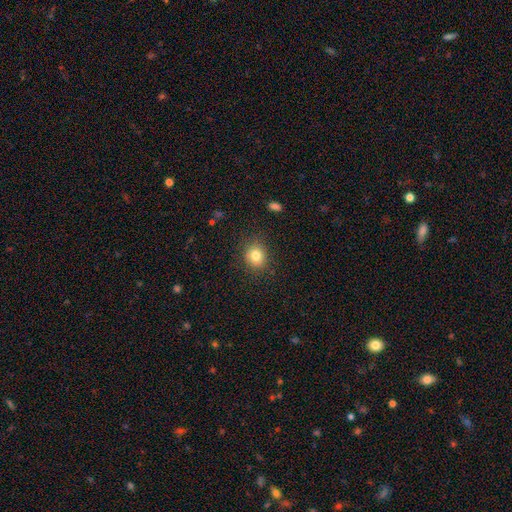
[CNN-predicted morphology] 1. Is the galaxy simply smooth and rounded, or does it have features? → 81% smooth, 11% star or artifact, 8% featured or disk.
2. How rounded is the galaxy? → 76% round, 23% in between, 1% cigar-shaped.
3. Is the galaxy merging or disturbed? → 86% none, 10% minor disturbance, 3% major disturbance, 1% merger.